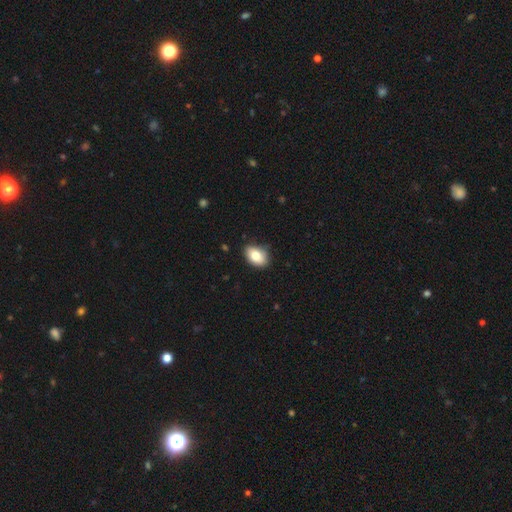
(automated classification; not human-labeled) Smooth or featured? Predicted: smooth (p=0.82). How rounded? Predicted: in between (p=0.87). Merging? Predicted: none (p=0.77).